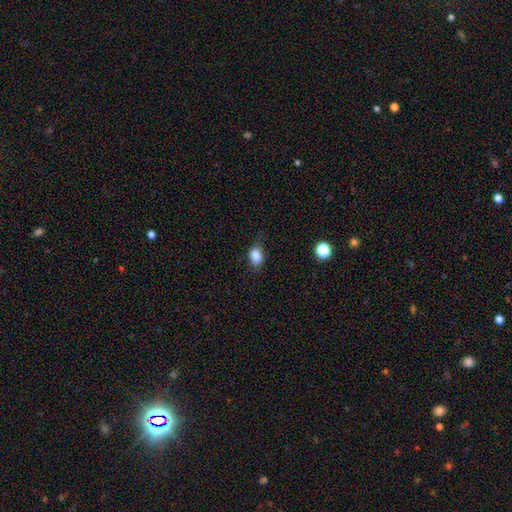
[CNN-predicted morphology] This is clearly a smooth galaxy (85%). How rounded: likely in between (76%). Merging: likely none (66%).